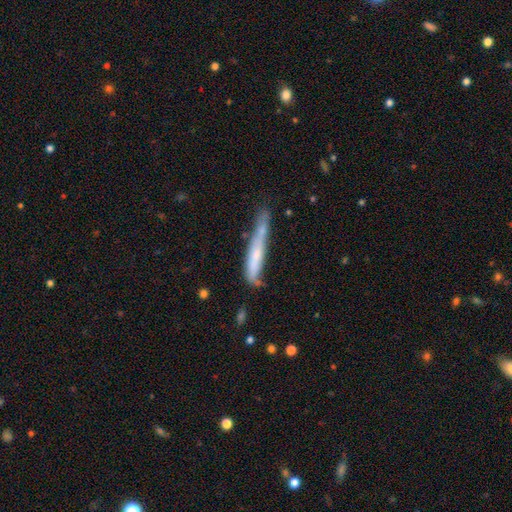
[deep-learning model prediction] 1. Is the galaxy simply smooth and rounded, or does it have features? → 56% smooth, 36% featured or disk, 7% star or artifact.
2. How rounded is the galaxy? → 93% cigar-shaped, 6% in between, 1% round.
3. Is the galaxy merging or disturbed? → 47% none, 30% minor disturbance, 12% major disturbance, 11% merger.